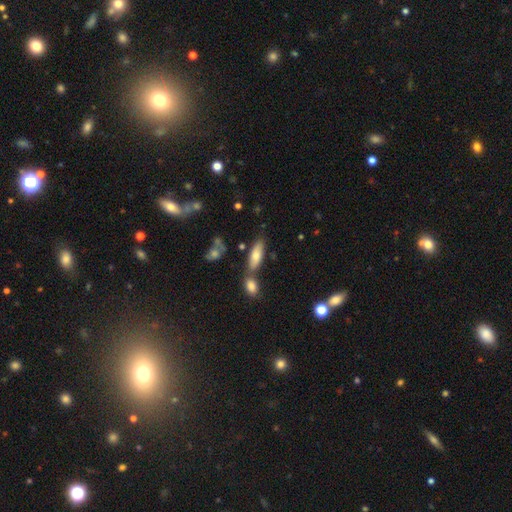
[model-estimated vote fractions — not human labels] A smooth galaxy with no disk features (70%) that is in between round and cigar-shaped (62%).

Vote fractions:
- Smooth or featured? smooth: 70% / featured or disk: 23% / star or artifact: 7%
- How rounded? in between: 62% / cigar-shaped: 36% / round: 2%
- Merging? none: 62% / merger: 21% / minor disturbance: 13% / major disturbance: 4%